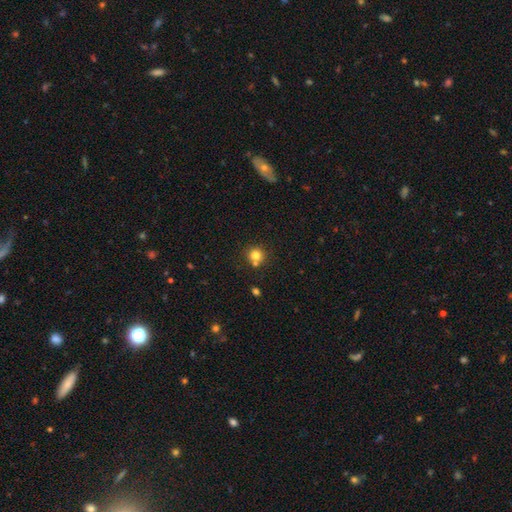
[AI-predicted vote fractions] This appears to be a smooth galaxy with no disk features (79%) that is round (92%). Merging: none (68%).